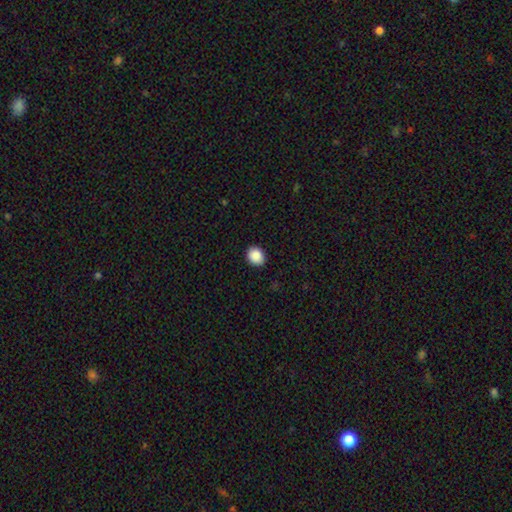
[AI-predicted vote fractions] smooth_or_featured: smooth (p=0.89) [alt: star or artifact p=0.08]
how_rounded: round (p=0.59) [alt: in between p=0.40]
merging: none (p=0.90) [alt: minor disturbance p=0.07]